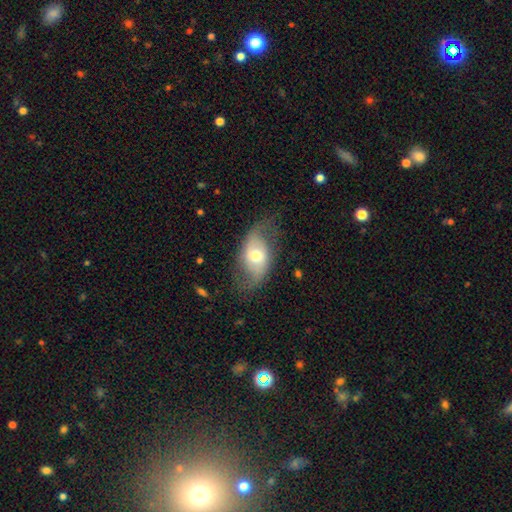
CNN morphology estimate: featured or disk 59%, smooth 35%, star or artifact 7%. Down the decision tree: edge-on disk — no (92%); bar — no (59%); spiral arms — yes (75%); bulge size — moderate (68%); merging — none (62%).